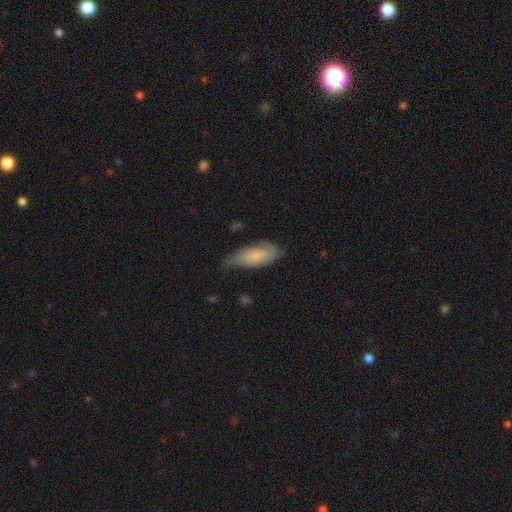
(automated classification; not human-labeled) Smooth or featured? Predicted: smooth (p=0.63). How rounded? Predicted: in between (p=0.75). Merging? Predicted: none (p=0.47).